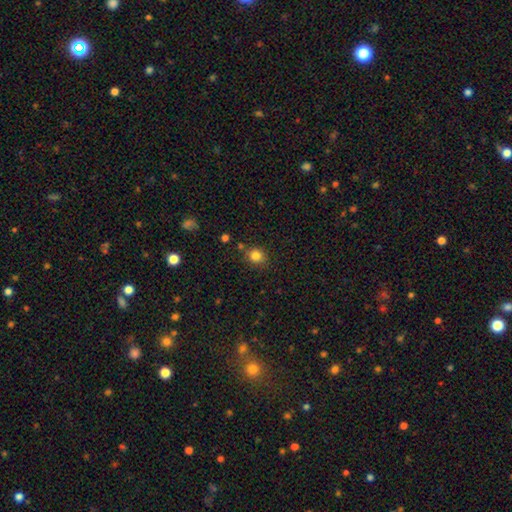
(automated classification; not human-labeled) The model was most divided on "how rounded": round: 77%, in between: 22%, cigar-shaped: 1%. More confident: smooth or featured — smooth (82%); merging — none (79%).